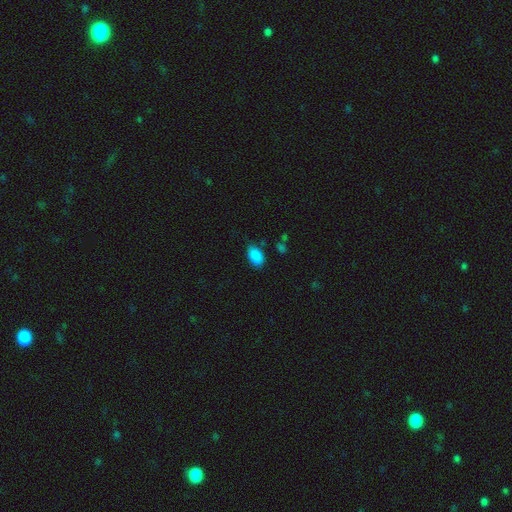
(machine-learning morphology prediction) Smooth or featured?
  - smooth: 88% *
  - star or artifact: 8%
  - featured or disk: 4%
How rounded?
  - in between: 91% *
  - round: 8%
  - cigar-shaped: 1%
Merging?
  - none: 75% *
  - minor disturbance: 19%
  - major disturbance: 4%
  - merger: 2%